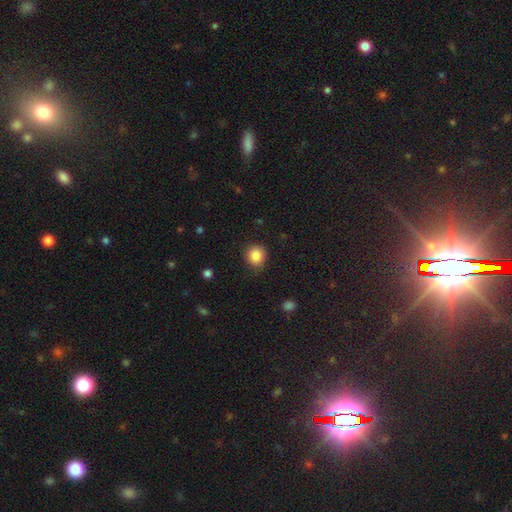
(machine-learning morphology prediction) smooth_or_featured: smooth (p=0.87) [alt: star or artifact p=0.10]
how_rounded: round (p=0.86) [alt: in between p=0.13]
merging: none (p=0.79) [alt: minor disturbance p=0.16]